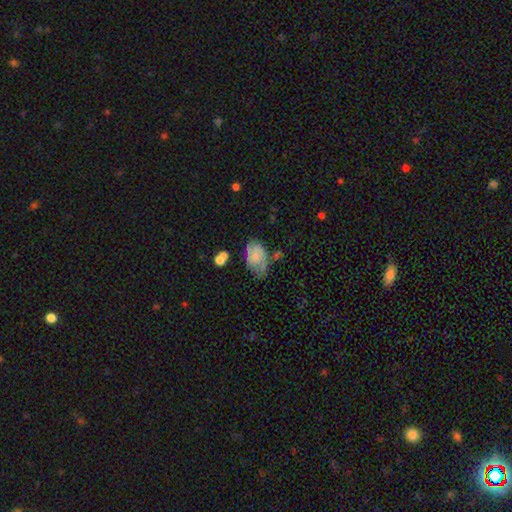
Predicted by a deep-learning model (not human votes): Smooth or featured: smooth — 46% (featured or disk — 45%)
Merging: none — 43% (minor disturbance — 33%)